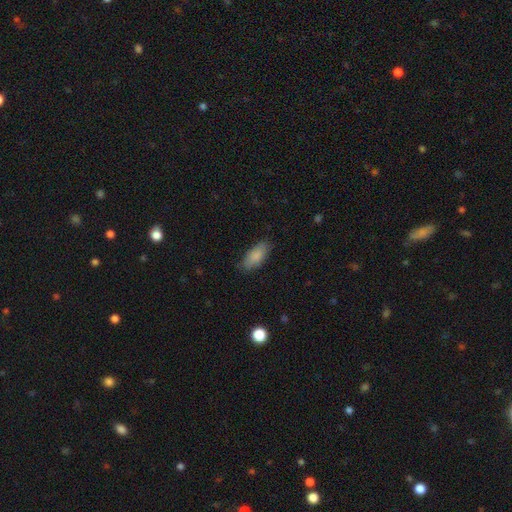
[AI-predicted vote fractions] Smooth or featured: smooth — 87% (featured or disk — 7%)
How rounded: in between — 85% (cigar-shaped — 13%)
Merging: none — 81% (minor disturbance — 15%)